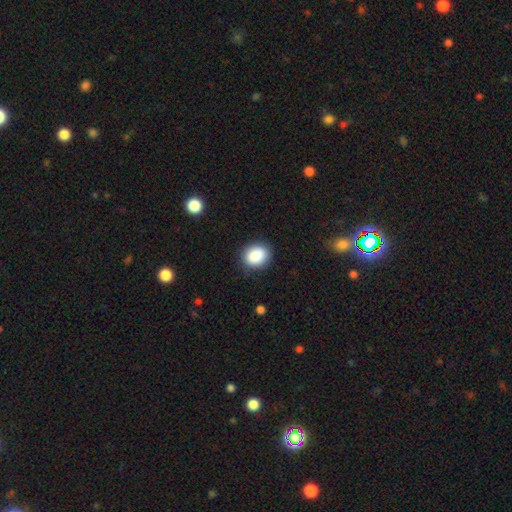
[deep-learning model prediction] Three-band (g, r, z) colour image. It shows a smooth galaxy with no disk features (88%) that is round (50%). Merging: none (86%).